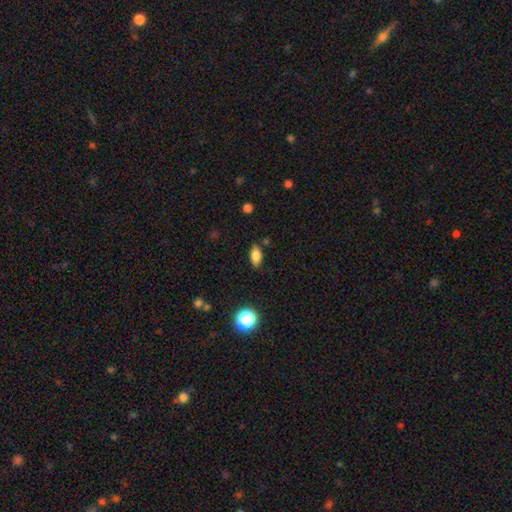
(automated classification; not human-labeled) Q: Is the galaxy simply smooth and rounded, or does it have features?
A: smooth — 82%.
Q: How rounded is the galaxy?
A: in between — 87%.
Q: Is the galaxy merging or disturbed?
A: none — 83%.